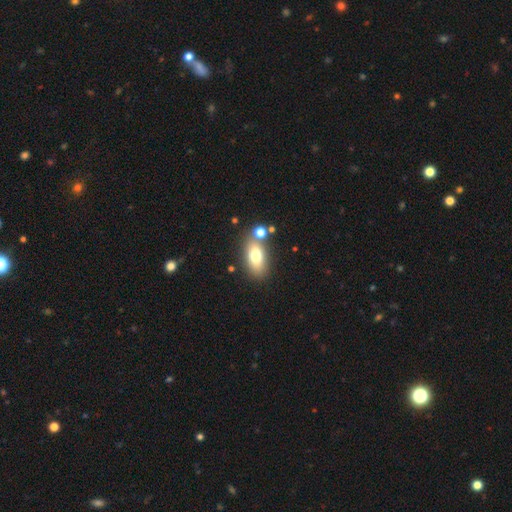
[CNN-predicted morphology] Smooth or featured? Predicted: smooth (p=0.72). How rounded? Predicted: in between (p=0.85). Merging? Predicted: none (p=0.67).